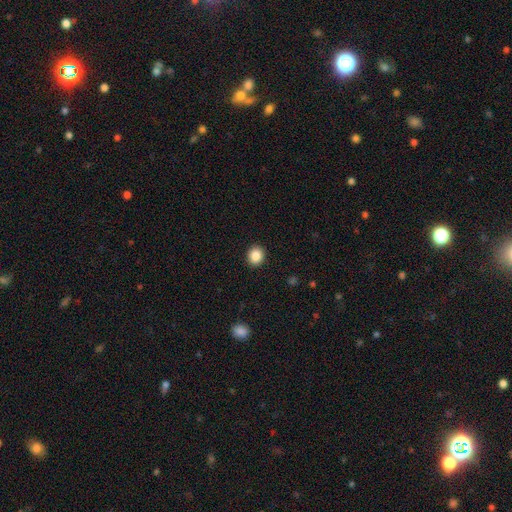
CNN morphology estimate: Smooth or featured?
  - smooth: 87% *
  - star or artifact: 9%
  - featured or disk: 4%
How rounded?
  - round: 77% *
  - in between: 22%
  - cigar-shaped: 1%
Merging?
  - none: 92% *
  - minor disturbance: 5%
  - major disturbance: 2%
  - merger: 1%